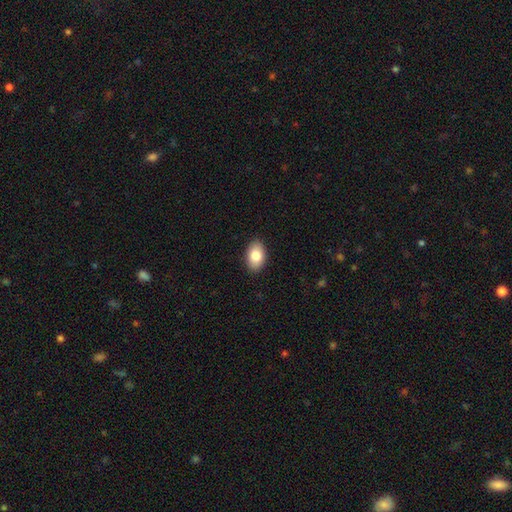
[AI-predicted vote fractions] This appears to be a smooth galaxy with no disk features (83%) that is in between round and cigar-shaped (91%). Merging: none (90%).